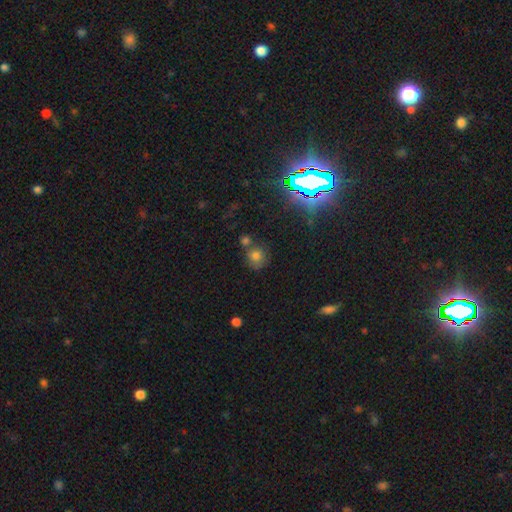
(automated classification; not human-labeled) Smooth or featured?
  - smooth: 70% *
  - star or artifact: 21%
  - featured or disk: 9%
How rounded?
  - round: 84% *
  - in between: 15%
  - cigar-shaped: 1%
Merging?
  - none: 57% *
  - merger: 26%
  - minor disturbance: 13%
  - major disturbance: 5%